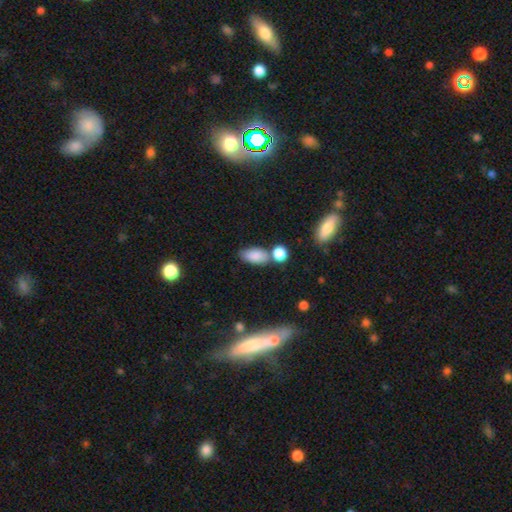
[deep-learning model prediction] smooth 84%, star or artifact 9%, featured or disk 7%. Down the decision tree: how rounded — in between (90%); merging — none (58%).